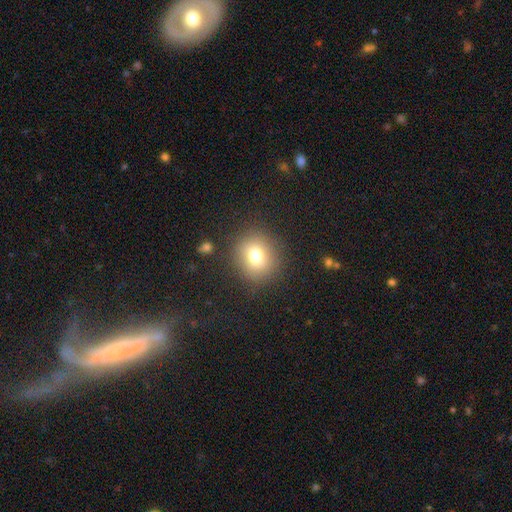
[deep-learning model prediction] smooth-or-featured: smooth: 75% | star or artifact: 14% | featured or disk: 11%
  how-rounded: round: 86% | in between: 13% | cigar-shaped: 1%
  merging: none: 86% | minor disturbance: 8% | major disturbance: 4% | merger: 2%